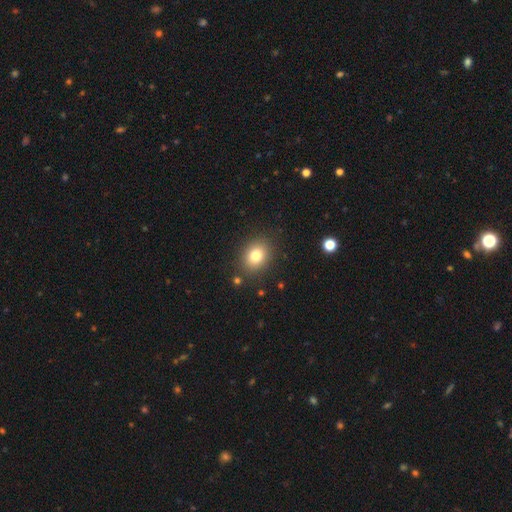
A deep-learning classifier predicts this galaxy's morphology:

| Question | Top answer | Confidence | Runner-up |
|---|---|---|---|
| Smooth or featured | smooth | 80% | star or artifact (11%) |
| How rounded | round | 51% | in between (48%) |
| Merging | none | 86% | minor disturbance (9%) |